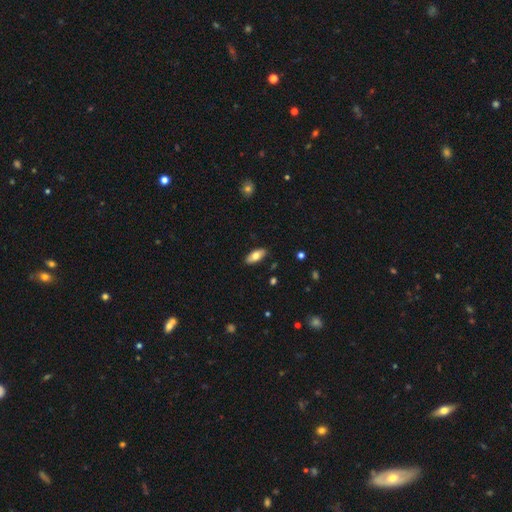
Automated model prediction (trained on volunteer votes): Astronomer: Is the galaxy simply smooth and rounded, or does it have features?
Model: smooth — 71%.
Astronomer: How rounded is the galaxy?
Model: in between — 86%.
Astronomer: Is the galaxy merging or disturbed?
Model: none — 88%.